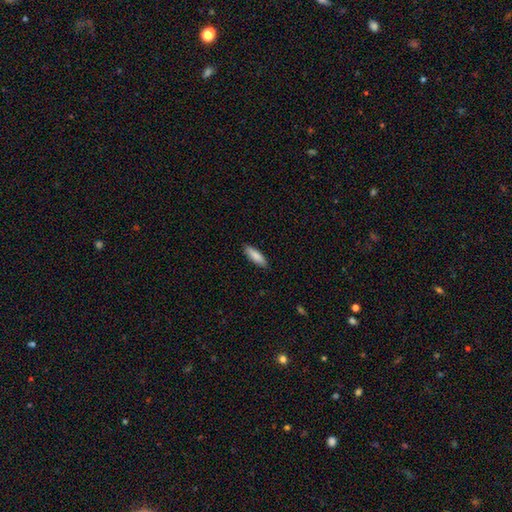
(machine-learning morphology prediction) Overall: smooth (87%). How rounded: cigar-shaped (52%; in between 47%). Merging: none (89%).